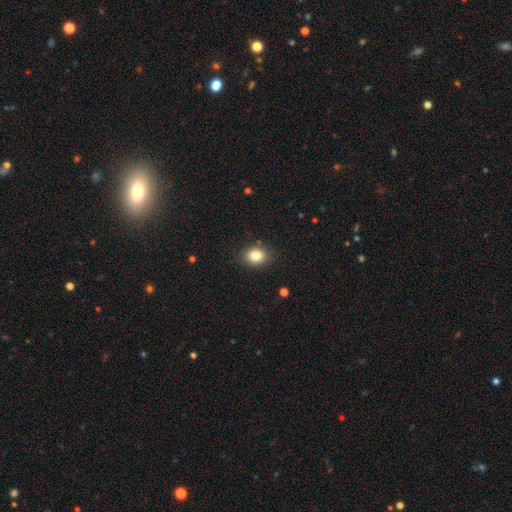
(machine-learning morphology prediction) A smooth galaxy with no disk features (84%) that is in between round and cigar-shaped (54%).

Vote fractions:
- Smooth or featured? smooth: 84% / star or artifact: 10% / featured or disk: 6%
- How rounded? in between: 54% / round: 45% / cigar-shaped: 1%
- Merging? none: 85% / minor disturbance: 11% / major disturbance: 3% / merger: 1%